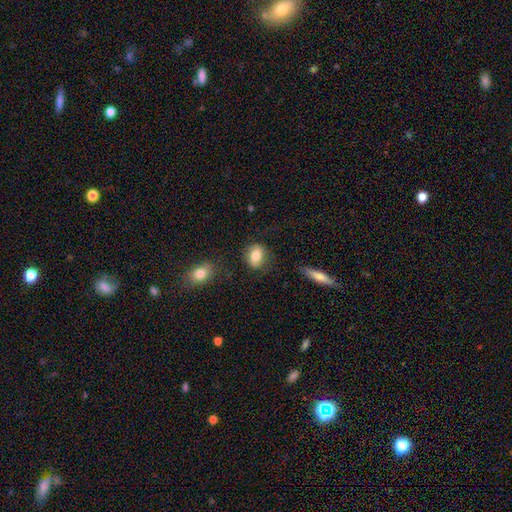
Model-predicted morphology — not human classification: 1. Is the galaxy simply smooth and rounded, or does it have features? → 78% smooth, 14% featured or disk, 8% star or artifact.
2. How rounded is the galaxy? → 62% in between, 36% round, 2% cigar-shaped.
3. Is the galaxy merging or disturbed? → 78% none, 15% minor disturbance, 4% major disturbance, 3% merger.